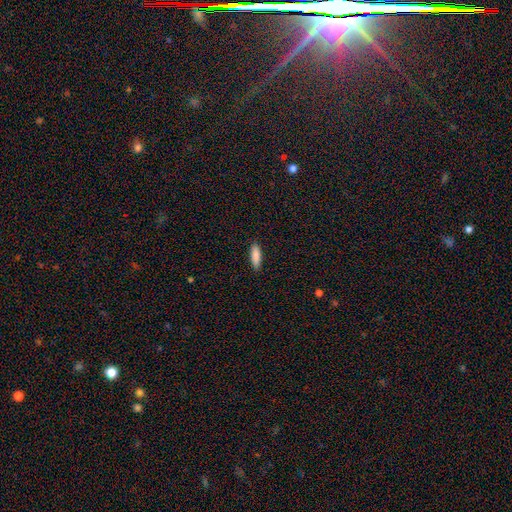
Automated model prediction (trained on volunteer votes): A smooth galaxy with no disk features (87%) that is cigar-shaped (57%).

Vote fractions:
- Smooth or featured? smooth: 87% / featured or disk: 7% / star or artifact: 6%
- How rounded? cigar-shaped: 57% / in between: 41% / round: 2%
- Merging? none: 88% / minor disturbance: 9% / major disturbance: 2% / merger: 1%